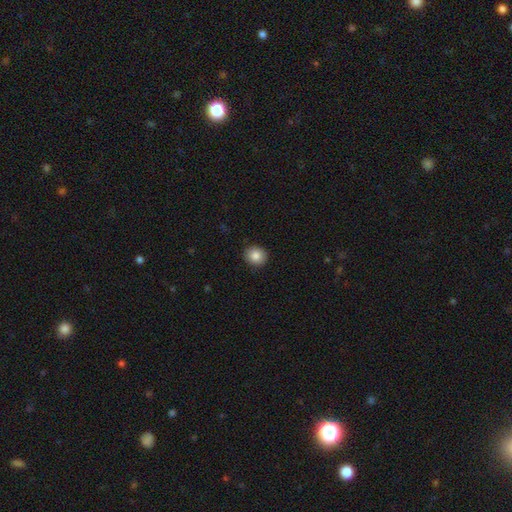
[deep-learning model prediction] Smooth or featured: smooth — 85% (star or artifact — 9%)
How rounded: round — 83% (in between — 16%)
Merging: none — 91% (minor disturbance — 6%)